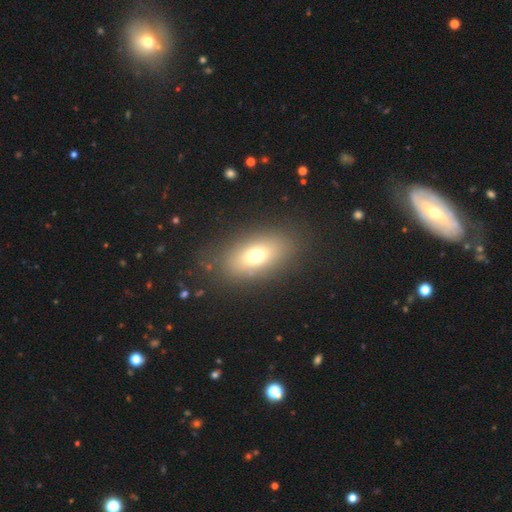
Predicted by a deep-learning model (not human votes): This appears to be a smooth galaxy with no disk features (69%) that is in between round and cigar-shaped (83%). Merging: none (83%).